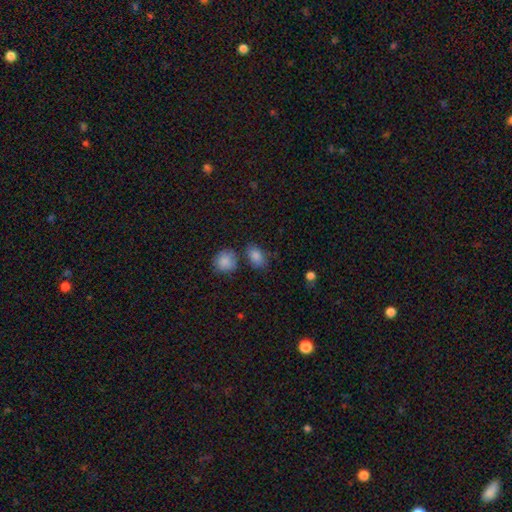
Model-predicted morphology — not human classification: Smooth or featured: smooth — 84% (star or artifact — 9%)
How rounded: in between — 81% (round — 17%)
Merging: none — 66% (minor disturbance — 17%)